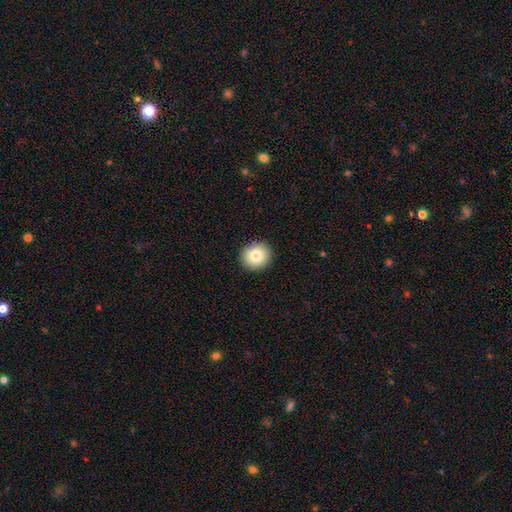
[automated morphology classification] Q: Smooth or featured?
A: smooth (83%); runner-up: star or artifact (9%)
Q: How rounded?
A: round (92%); runner-up: in between (7%)
Q: Merging?
A: none (92%); runner-up: minor disturbance (5%)